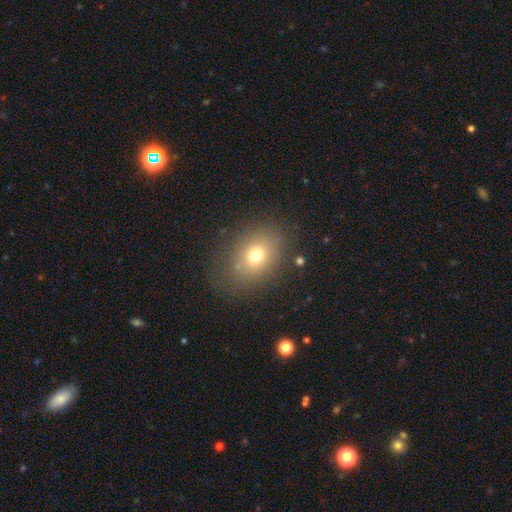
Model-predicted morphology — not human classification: A smooth galaxy with no disk features (72%) that is in between round and cigar-shaped (53%).

Vote fractions:
- Smooth or featured? smooth: 72% / star or artifact: 15% / featured or disk: 14%
- How rounded? in between: 53% / round: 46% / cigar-shaped: 1%
- Merging? none: 78% / minor disturbance: 13% / major disturbance: 7% / merger: 2%